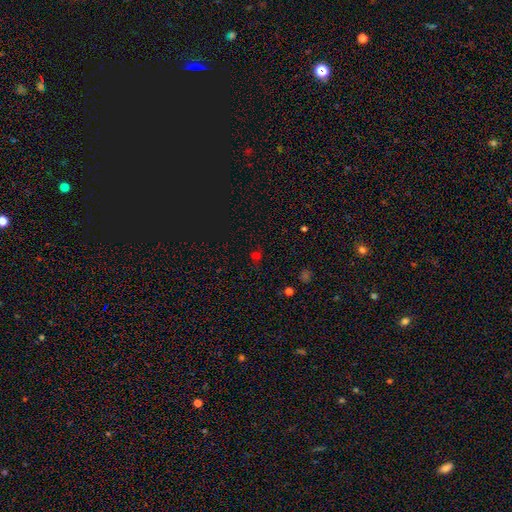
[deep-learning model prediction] The model was most divided on "smooth or featured": star or artifact: 52%, smooth: 41%, featured or disk: 7%.